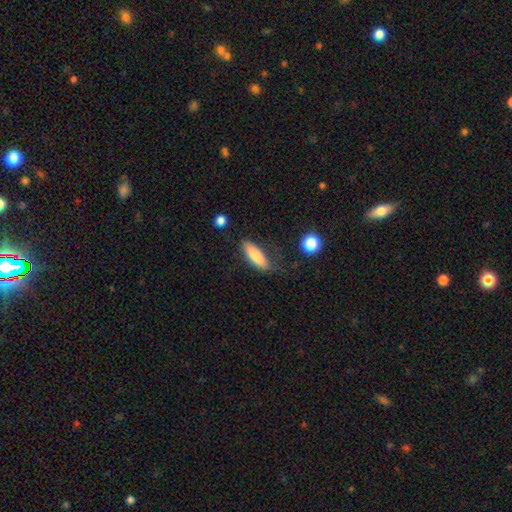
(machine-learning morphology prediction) smooth_or_featured: smooth (p=0.83) [alt: featured or disk p=0.11]
how_rounded: in between (p=0.49) [alt: cigar-shaped p=0.48]
merging: none (p=0.69) [alt: minor disturbance p=0.21]